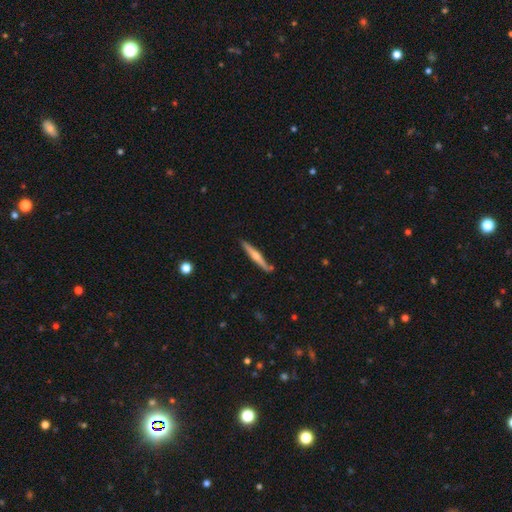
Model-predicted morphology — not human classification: Smooth or featured? featured or disk (63%)
Edge-on disk? yes (97%)
Edge-on bulge? rounded (84%)
Merging? none (85%)